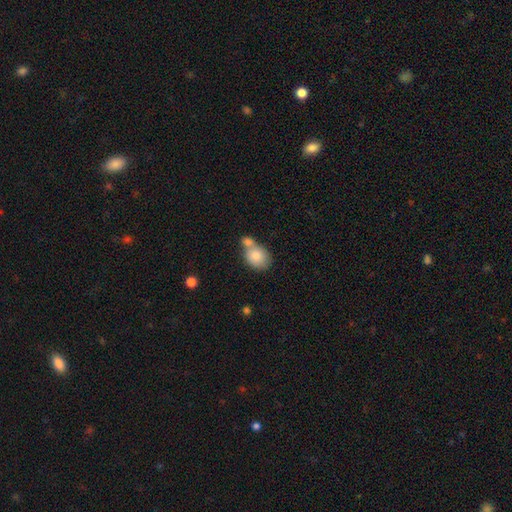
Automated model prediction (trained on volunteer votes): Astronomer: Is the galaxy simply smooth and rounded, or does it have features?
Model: smooth — 80%.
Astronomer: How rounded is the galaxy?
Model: in between — 50% (runner-up: round, 49%).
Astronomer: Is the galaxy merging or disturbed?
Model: merger — 49% (runner-up: none, 35%).